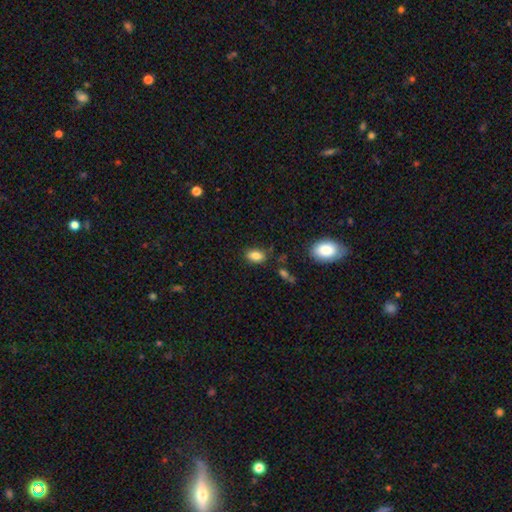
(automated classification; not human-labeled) smooth 85%, star or artifact 9%, featured or disk 6%. Down the decision tree: how rounded — in between (87%); merging — none (81%).